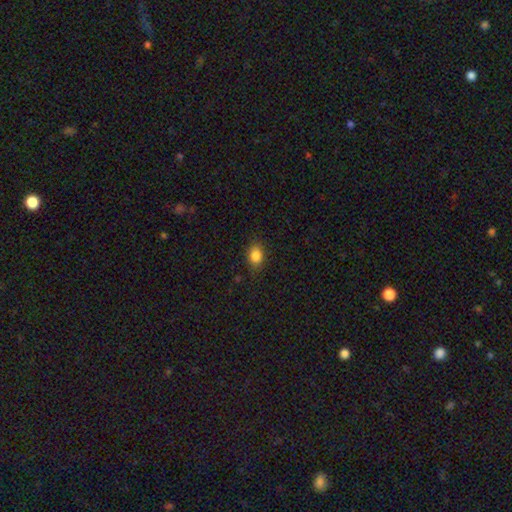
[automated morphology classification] Overall: smooth (85%). How rounded: in between (70%). Merging: none (83%).